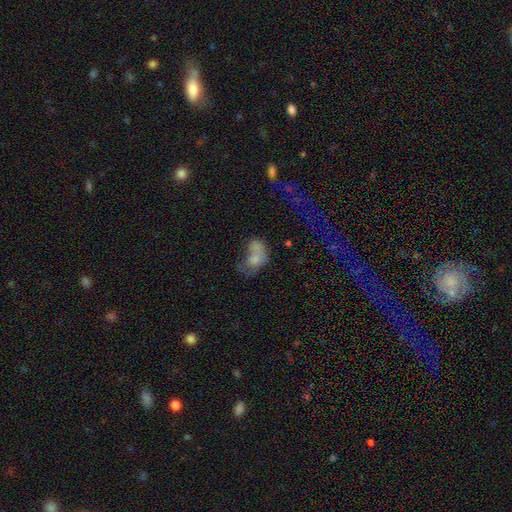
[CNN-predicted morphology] The model was most divided on "merging": merger: 45%, major disturbance: 24%, none: 18%, minor disturbance: 13%. More confident: how rounded — in between (82%); smooth or featured — smooth (63%).